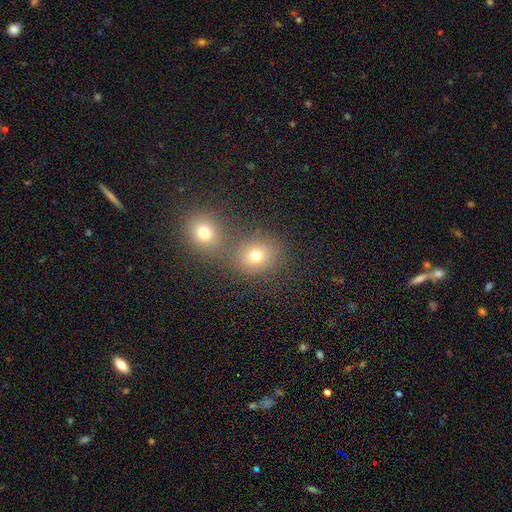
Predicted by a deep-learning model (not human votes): A smooth galaxy with no disk features (72%) that is round (74%).

Vote fractions:
- Smooth or featured? smooth: 72% / star or artifact: 18% / featured or disk: 10%
- How rounded? round: 74% / in between: 25% / cigar-shaped: 1%
- Merging? none: 58% / merger: 31% / minor disturbance: 8% / major disturbance: 4%